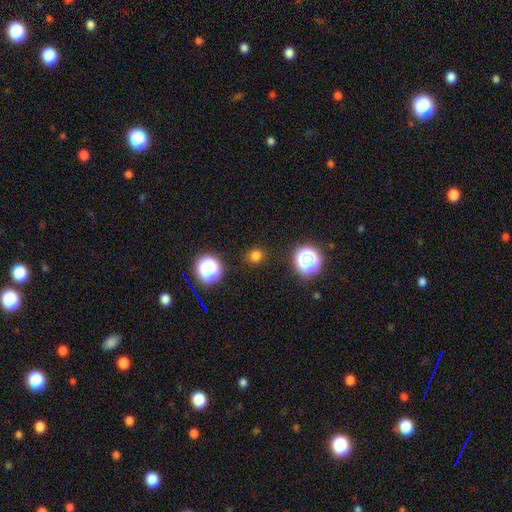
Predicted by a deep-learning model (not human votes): Q: Smooth or featured?
A: smooth (74%); runner-up: star or artifact (21%)
Q: How rounded?
A: round (90%); runner-up: in between (9%)
Q: Merging?
A: none (89%); runner-up: minor disturbance (7%)